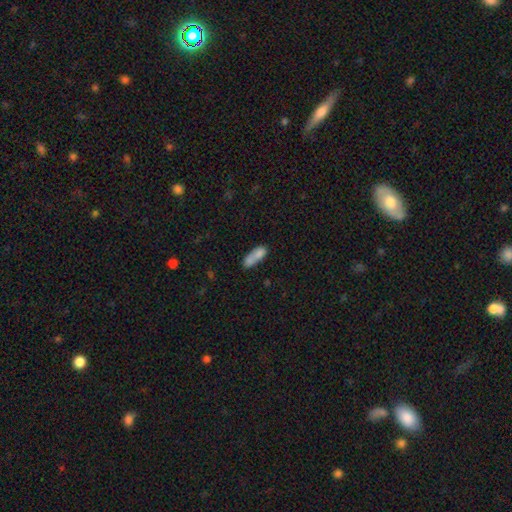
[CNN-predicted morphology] Overall: smooth (77%). How rounded: in between (65%; cigar-shaped 31%). Merging: merger (41%; none 35%).